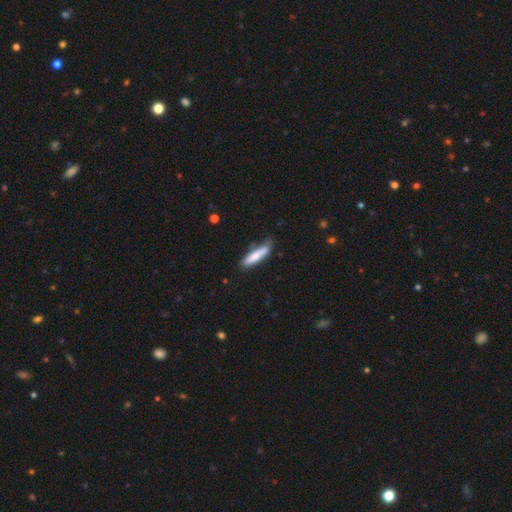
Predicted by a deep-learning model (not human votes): Smooth or featured?
  - smooth: 76% *
  - featured or disk: 18%
  - star or artifact: 6%
How rounded?
  - cigar-shaped: 76% *
  - in between: 23%
  - round: 2%
Merging?
  - none: 64% *
  - minor disturbance: 26%
  - major disturbance: 6%
  - merger: 4%